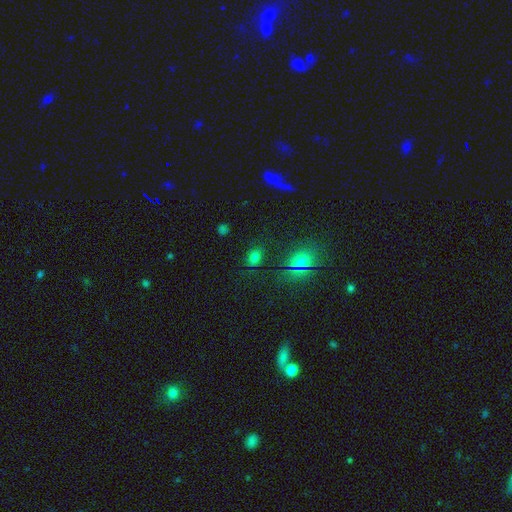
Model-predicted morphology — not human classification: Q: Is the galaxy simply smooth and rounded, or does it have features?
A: smooth — 66%.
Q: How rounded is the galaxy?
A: in between — 61%.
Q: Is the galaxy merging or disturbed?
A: none — 80%.